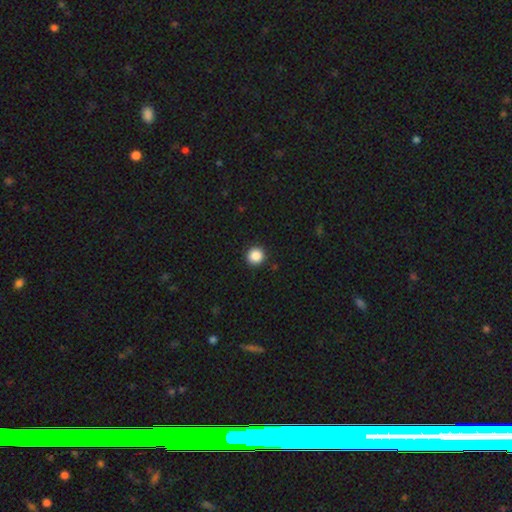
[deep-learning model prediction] This appears to be a smooth galaxy with no disk features (87%) that is round (95%). Merging: none (93%).